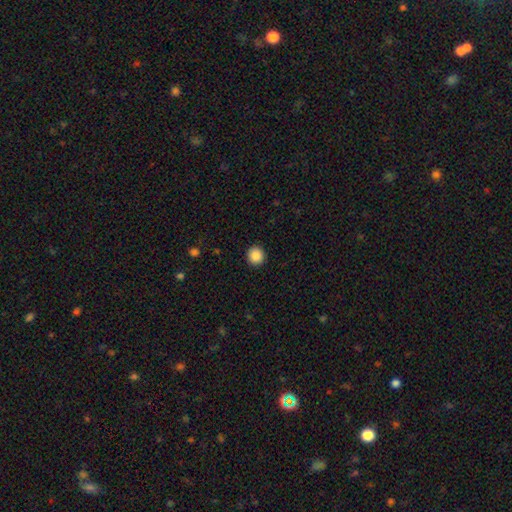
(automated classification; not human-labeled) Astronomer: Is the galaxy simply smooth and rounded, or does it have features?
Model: smooth — 88%.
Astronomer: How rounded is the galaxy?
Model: round — 93%.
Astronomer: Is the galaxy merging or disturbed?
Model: none — 93%.